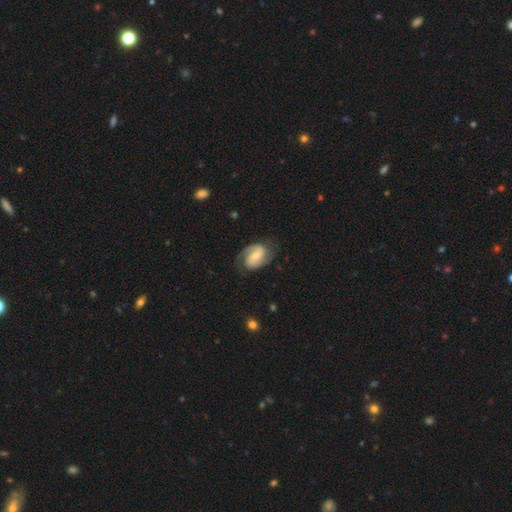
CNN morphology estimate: The model was most divided on "bulge size": moderate: 43%, small: 40%, none: 9%, large: 6%, dominant: 1%. Remaining: edge-on disk — no (98%); spiral arms — yes (96%); spiral arm count — 2 (86%); smooth or featured — featured or disk (80%); merging — none (75%); spiral winding — medium (49%); bar — weak (48%).